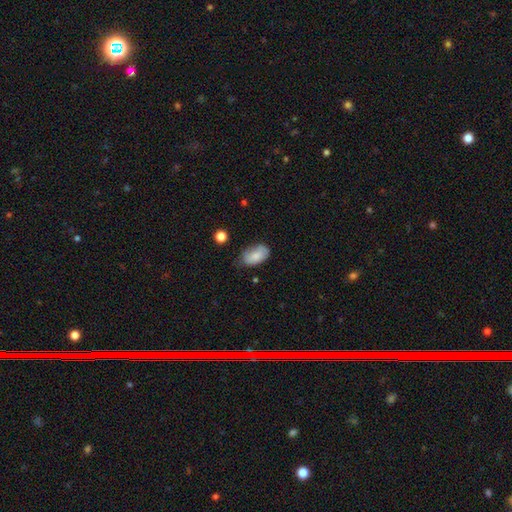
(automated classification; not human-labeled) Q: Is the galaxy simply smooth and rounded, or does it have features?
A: smooth — 80%.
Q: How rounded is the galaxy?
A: in between — 93%.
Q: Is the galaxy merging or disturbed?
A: none — 59%.